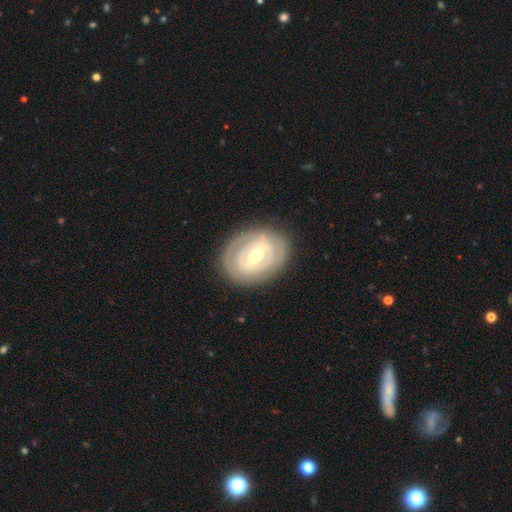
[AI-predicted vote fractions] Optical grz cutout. It shows a featured or disk galaxy (81%) with a strong bar (53%), 2 (46%) tight (77%) spiral arms (66%) and a moderate central bulge (58%). Merging: none (84%).